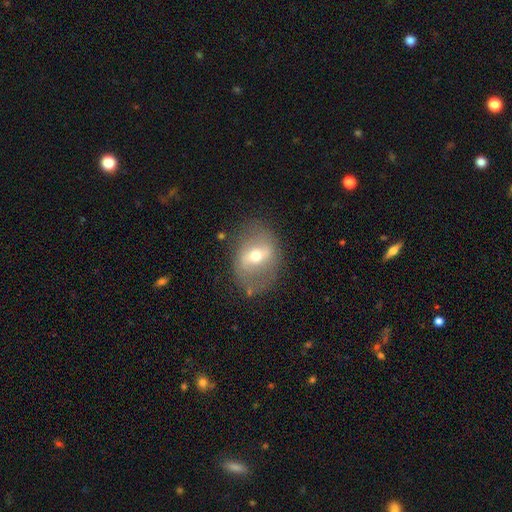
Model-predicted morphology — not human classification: Smooth or featured?
  - featured or disk: 61% *
  - smooth: 31%
  - star or artifact: 9%
Edge-on disk?
  - no: 91% *
  - yes: 9%
Bar?
  - strong: 43% *
  - weak: 38%
  - no: 19%
Spiral arms?
  - no: 57% *
  - yes: 43%
Bulge size?
  - moderate: 63% *
  - small: 29%
  - large: 6%
  - dominant: 1%
  - none: 1%
Merging?
  - none: 72% *
  - minor disturbance: 17%
  - major disturbance: 9%
  - merger: 2%